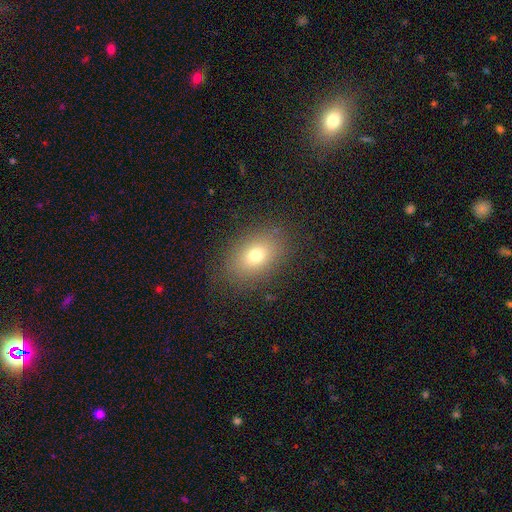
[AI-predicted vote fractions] Q: Smooth or featured?
A: smooth (75%); runner-up: featured or disk (12%)
Q: How rounded?
A: in between (78%); runner-up: round (21%)
Q: Merging?
A: none (85%); runner-up: minor disturbance (10%)